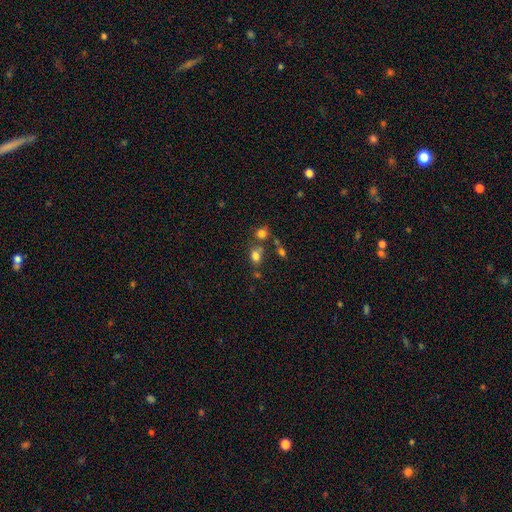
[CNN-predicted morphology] smooth 76%, star or artifact 15%, featured or disk 8%. Down the decision tree: how rounded — in between (58%); merging — none (56%).